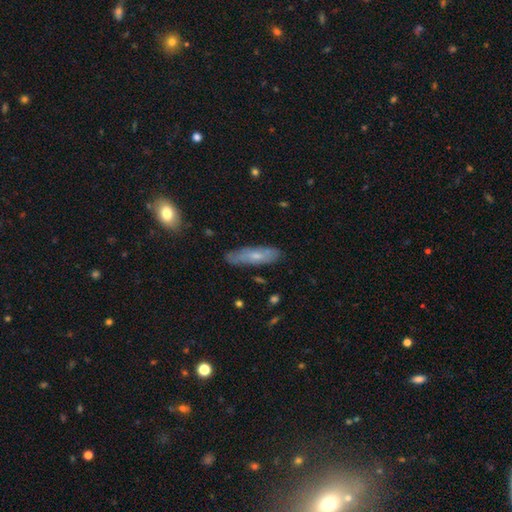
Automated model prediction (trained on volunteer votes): smooth_or_featured: smooth (p=0.53) [alt: featured or disk p=0.40]
how_rounded: cigar-shaped (p=0.60) [alt: in between p=0.38]
merging: none (p=0.76) [alt: minor disturbance p=0.19]